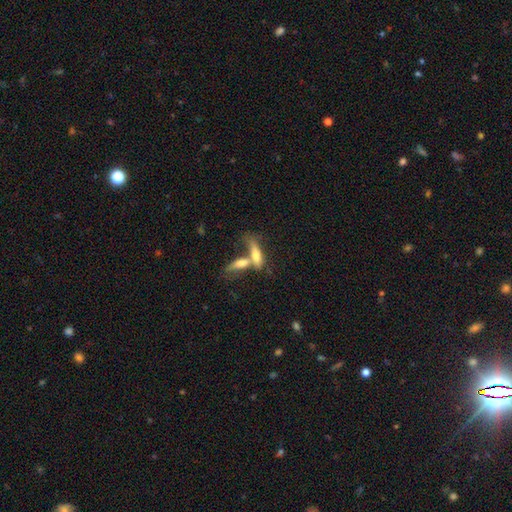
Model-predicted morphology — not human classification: smooth-or-featured: smooth: 61% | featured or disk: 31% | star or artifact: 8%
  how-rounded: cigar-shaped: 54% | in between: 43% | round: 3%
  merging: merger: 58% | none: 27% | minor disturbance: 9% | major disturbance: 6%